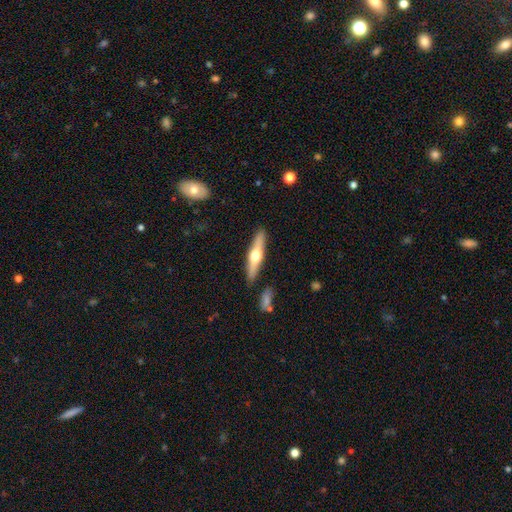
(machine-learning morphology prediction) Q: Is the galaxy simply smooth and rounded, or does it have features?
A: featured or disk — 60%.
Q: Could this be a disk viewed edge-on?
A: yes — 94%.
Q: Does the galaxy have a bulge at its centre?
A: rounded — 95%.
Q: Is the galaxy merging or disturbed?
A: none — 88%.